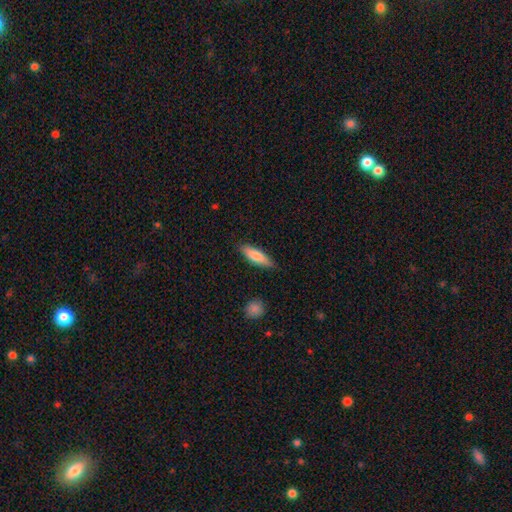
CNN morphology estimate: smooth_or_featured: smooth (p=0.80) [alt: featured or disk p=0.15]
how_rounded: cigar-shaped (p=0.59) [alt: in between p=0.39]
merging: none (p=0.84) [alt: minor disturbance p=0.12]